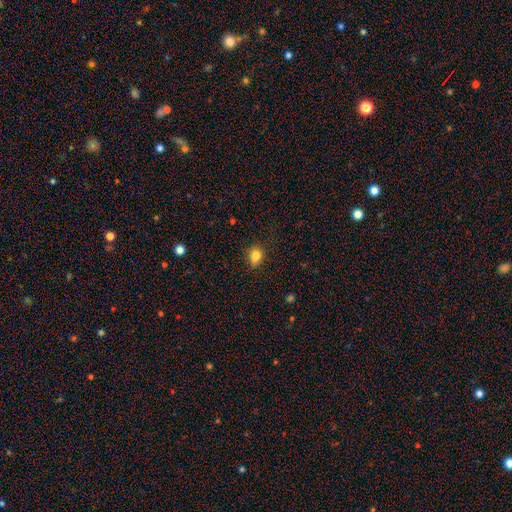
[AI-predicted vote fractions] Smooth or featured? Predicted: smooth (p=0.82). How rounded? Predicted: in between (p=0.52). Merging? Predicted: none (p=0.77).